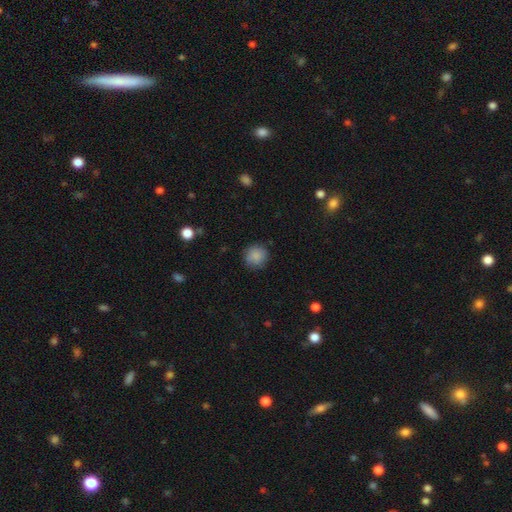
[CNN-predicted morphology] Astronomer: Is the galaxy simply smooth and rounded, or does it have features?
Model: smooth — 86%.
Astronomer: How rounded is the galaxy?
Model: round — 91%.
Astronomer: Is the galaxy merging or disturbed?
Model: none — 83%.